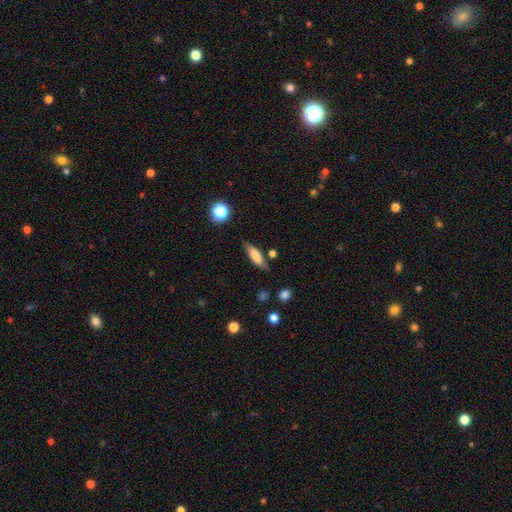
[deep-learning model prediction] Smooth or featured? Predicted: smooth (p=0.72). How rounded? Predicted: cigar-shaped (p=0.53). Merging? Predicted: none (p=0.74).